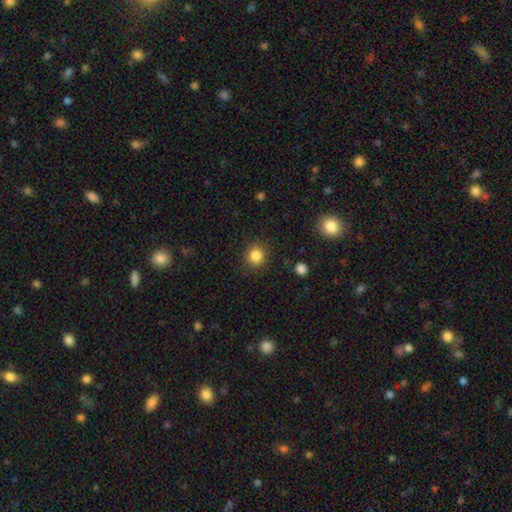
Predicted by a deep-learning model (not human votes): Smooth or featured? smooth (85%)
How rounded? round (87%)
Merging? none (88%)